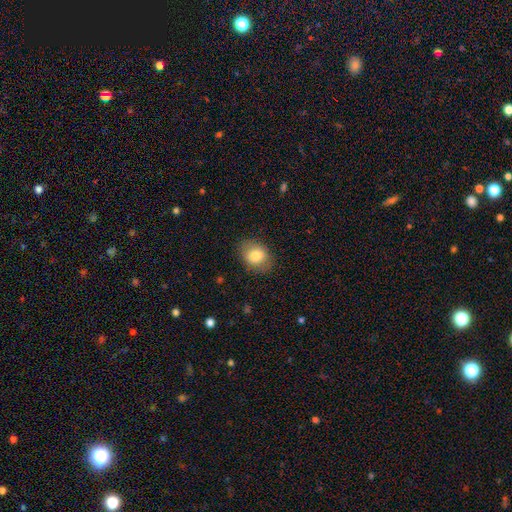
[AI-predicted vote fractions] This appears to be a smooth galaxy with no disk features (78%) that is in between round and cigar-shaped (55%). Merging: none (83%).